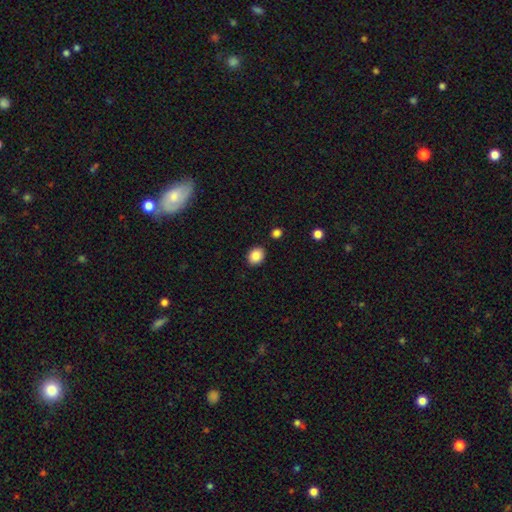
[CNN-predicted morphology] smooth-or-featured: smooth: 87% | star or artifact: 9% | featured or disk: 5%
  how-rounded: round: 54% | in between: 45% | cigar-shaped: 1%
  merging: none: 87% | minor disturbance: 9% | merger: 3% | major disturbance: 2%